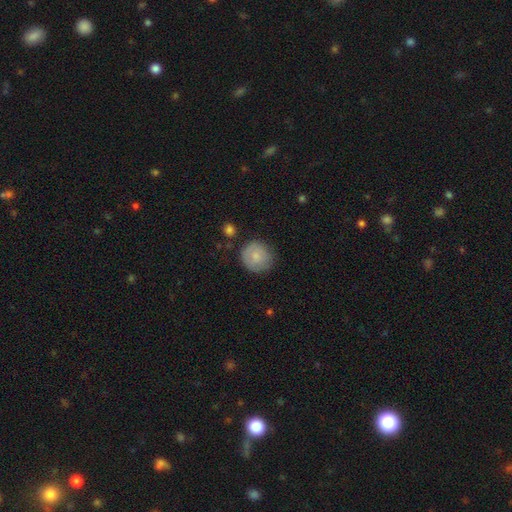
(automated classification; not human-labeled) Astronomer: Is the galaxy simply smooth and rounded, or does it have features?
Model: smooth — 77%.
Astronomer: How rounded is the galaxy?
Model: round — 91%.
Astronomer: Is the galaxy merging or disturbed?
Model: none — 78%.